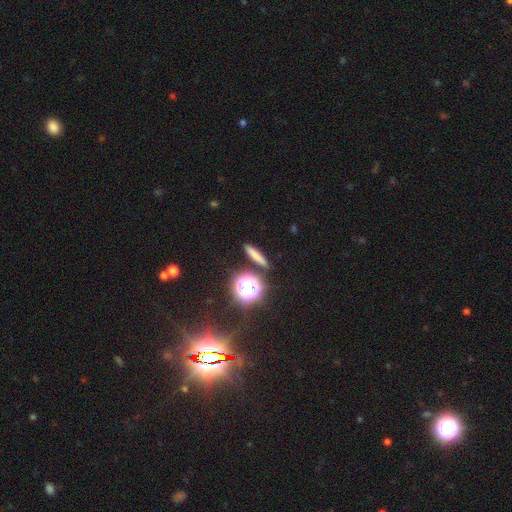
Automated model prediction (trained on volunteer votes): smooth-or-featured: smooth: 68% | star or artifact: 19% | featured or disk: 13%
  how-rounded: cigar-shaped: 66% | round: 22% | in between: 12%
  merging: none: 88% | minor disturbance: 6% | merger: 4% | major disturbance: 2%